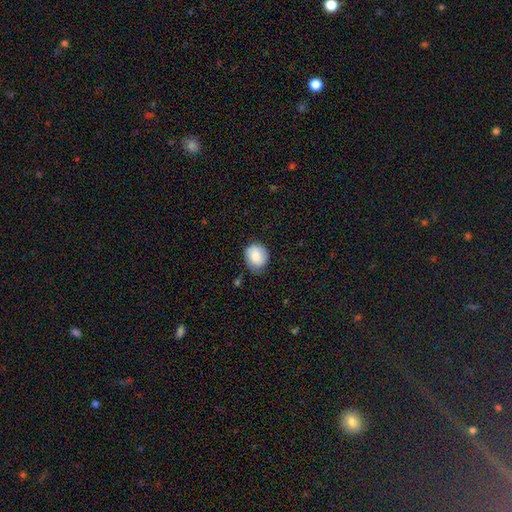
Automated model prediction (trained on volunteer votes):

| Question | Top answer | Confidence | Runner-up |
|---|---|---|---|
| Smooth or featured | smooth | 82% | featured or disk (11%) |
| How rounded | round | 65% | in between (34%) |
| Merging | none | 73% | minor disturbance (21%) |